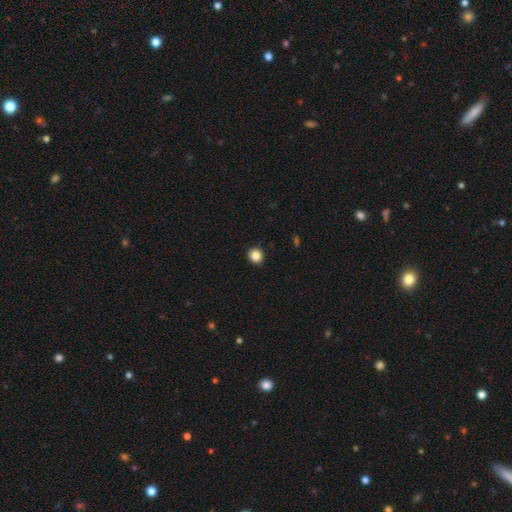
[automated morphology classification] Q: Smooth or featured?
A: smooth (86%); runner-up: star or artifact (10%)
Q: How rounded?
A: round (85%); runner-up: in between (14%)
Q: Merging?
A: none (93%); runner-up: minor disturbance (5%)